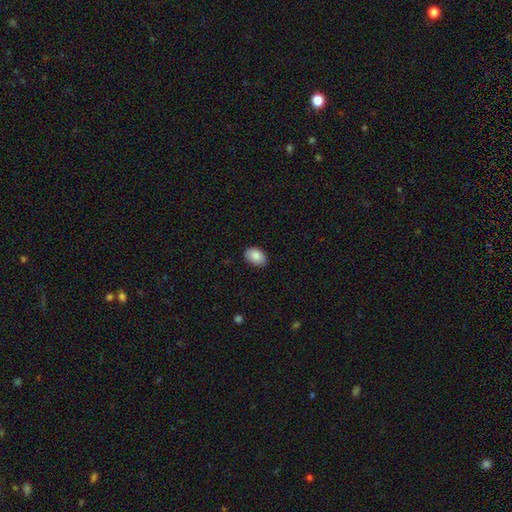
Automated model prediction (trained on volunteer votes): Smooth or featured? Predicted: smooth (p=0.87). How rounded? Predicted: in between (p=0.86). Merging? Predicted: none (p=0.84).